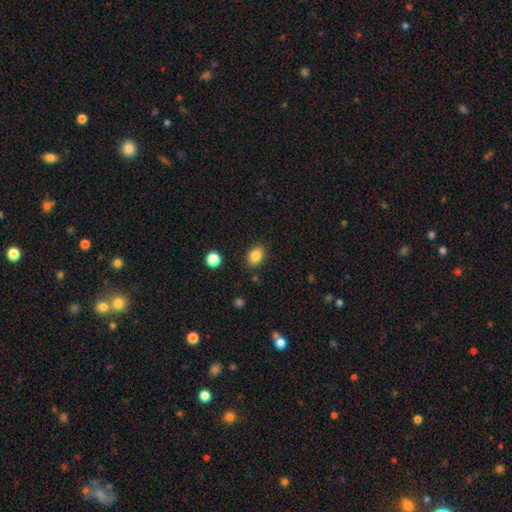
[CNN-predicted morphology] The model was most divided on "how rounded": in between: 66%, round: 33%, cigar-shaped: 1%. More confident: merging — none (85%); smooth or featured — smooth (84%).